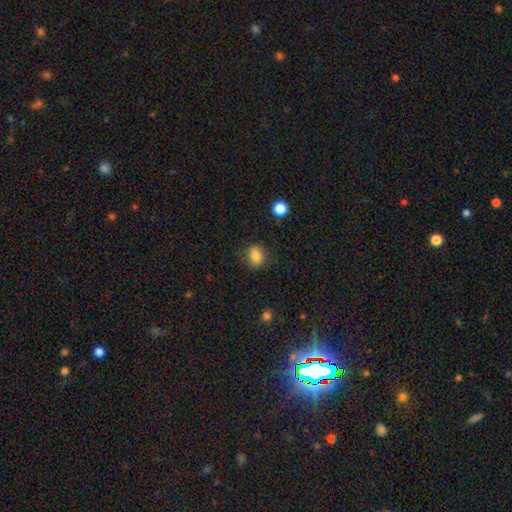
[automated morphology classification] smooth_or_featured: smooth (p=0.83) [alt: star or artifact p=0.10]
how_rounded: round (p=0.52) [alt: in between p=0.47]
merging: none (p=0.83) [alt: minor disturbance p=0.12]